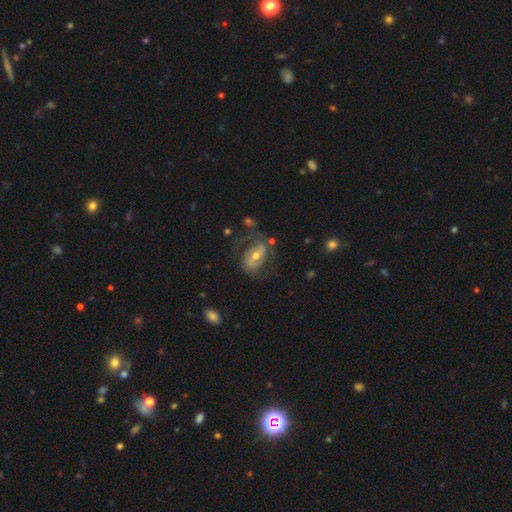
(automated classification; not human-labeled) Overall: featured or disk (74%). Edge-on disk: no (96%). Bar: no (41%; weak 36%). Spiral arms: yes (81%). Spiral arm count: 2 (75%). Spiral winding: medium (46%; tight 29%). Bulge size: moderate (63%; small 30%). Merging: none (57%; major disturbance 20%).